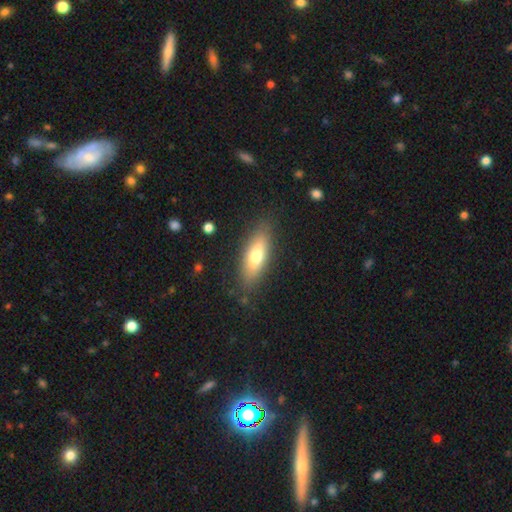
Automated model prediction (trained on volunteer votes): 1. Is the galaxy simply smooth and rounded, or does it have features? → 69% smooth, 25% featured or disk, 7% star or artifact.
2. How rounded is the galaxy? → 61% in between, 37% cigar-shaped, 2% round.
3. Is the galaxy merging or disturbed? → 84% none, 12% minor disturbance, 3% major disturbance, 2% merger.